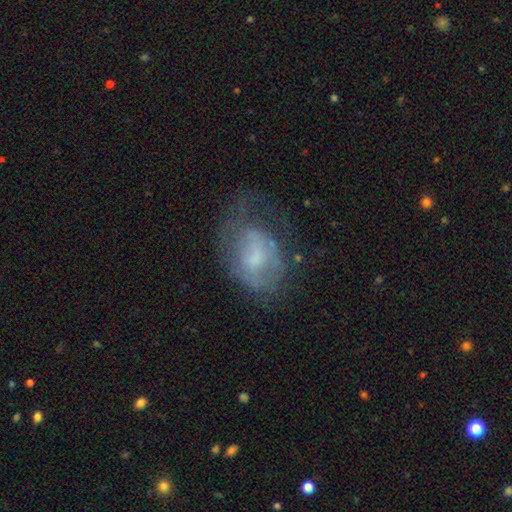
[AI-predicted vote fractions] Smooth or featured? Predicted: featured or disk (p=0.52). Edge-on disk? Predicted: no (p=0.96). Bar? Predicted: no (p=0.61). Spiral arms? Predicted: no (p=0.55). Bulge size? Predicted: small (p=0.36). Merging? Predicted: none (p=0.38).